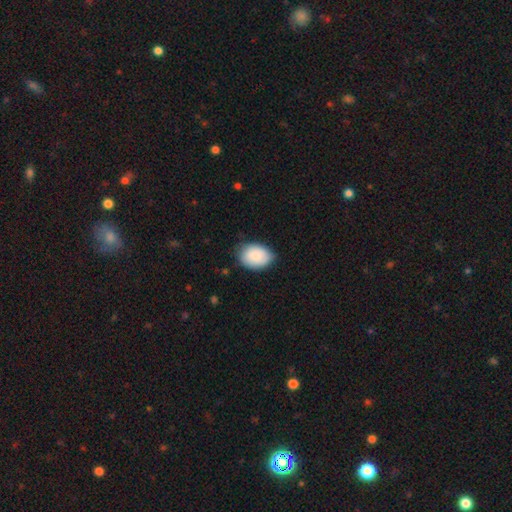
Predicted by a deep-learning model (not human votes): The model was most divided on "merging": none: 76%, minor disturbance: 20%, major disturbance: 3%, merger: 1%. More confident: smooth or featured — smooth (88%); how rounded — in between (79%).